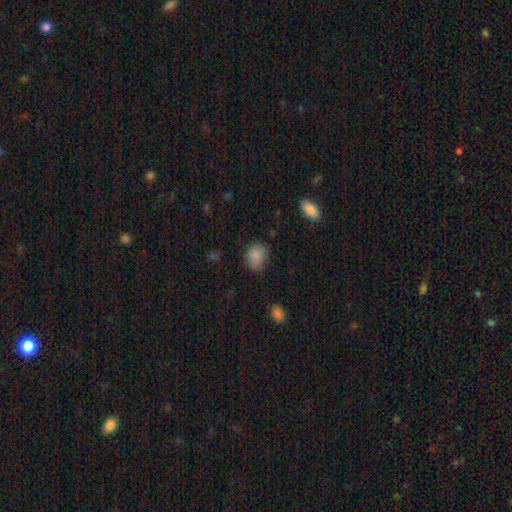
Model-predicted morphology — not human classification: Overall: smooth (85%). How rounded: round (54%; in between 45%). Merging: none (70%).